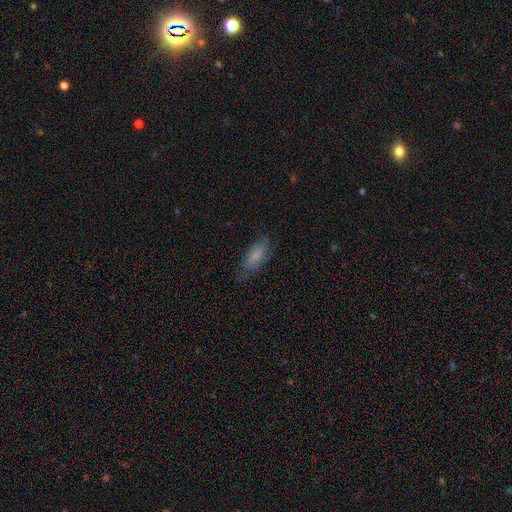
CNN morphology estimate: smooth-or-featured: smooth: 67% | featured or disk: 25% | star or artifact: 8%
  how-rounded: in between: 79% | cigar-shaped: 19% | round: 3%
  merging: none: 64% | minor disturbance: 25% | major disturbance: 10% | merger: 1%